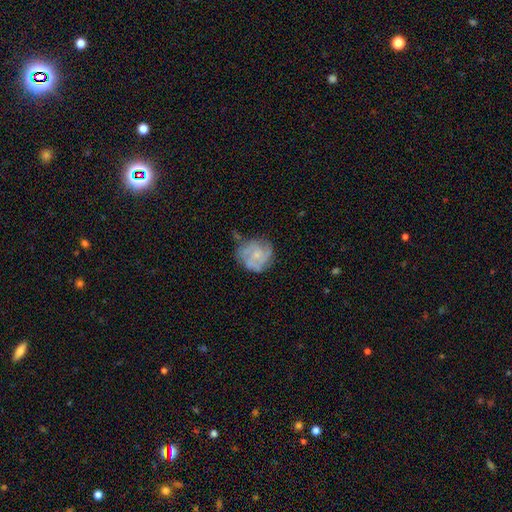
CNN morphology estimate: Overall: featured or disk (69%). Edge-on disk: no (98%). Bar: no (76%). Spiral arms: yes (85%). Spiral arm count: can't tell (30%, tied with 3). Spiral winding: tight (54%; medium 35%). Bulge size: small (60%; moderate 25%). Merging: none (62%; minor disturbance 25%).